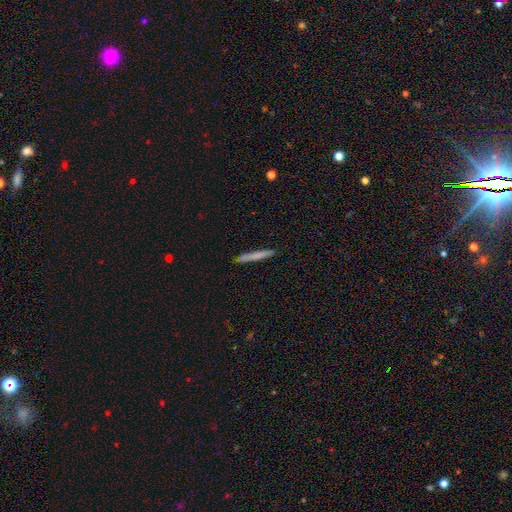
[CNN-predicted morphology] smooth 71%, featured or disk 23%, star or artifact 6%. Down the decision tree: how rounded — cigar-shaped (97%); merging — none (91%).